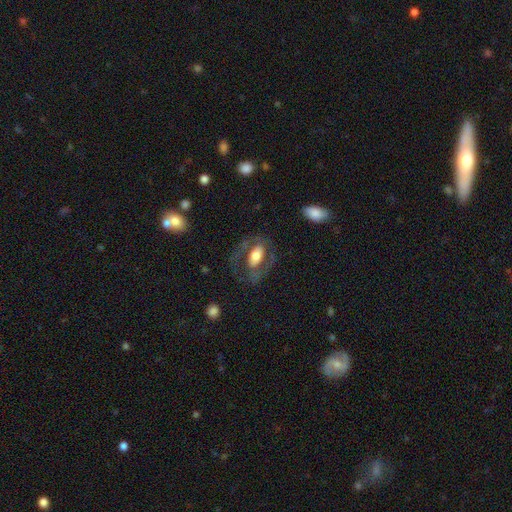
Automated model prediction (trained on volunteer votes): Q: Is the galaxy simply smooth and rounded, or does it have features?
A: featured or disk — 51%.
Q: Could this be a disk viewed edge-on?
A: no — 90%.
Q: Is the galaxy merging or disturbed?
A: none — 63%.